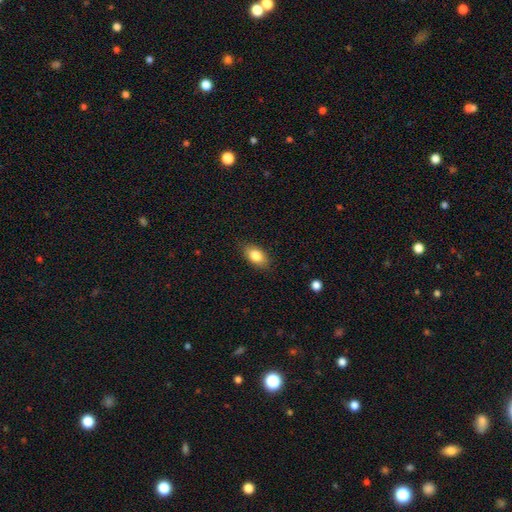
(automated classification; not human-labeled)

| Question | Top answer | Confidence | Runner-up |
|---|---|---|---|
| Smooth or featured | smooth | 82% | featured or disk (10%) |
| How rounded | in between | 90% | round (7%) |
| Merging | none | 85% | minor disturbance (12%) |